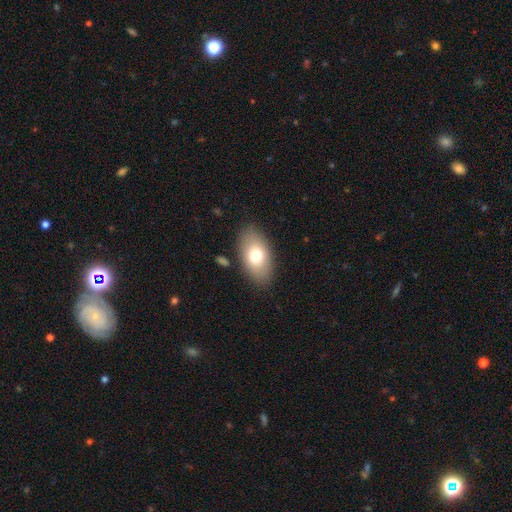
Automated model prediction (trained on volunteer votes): This is likely a smooth galaxy (72%). How rounded: clearly in between (91%). Merging: clearly none (84%).